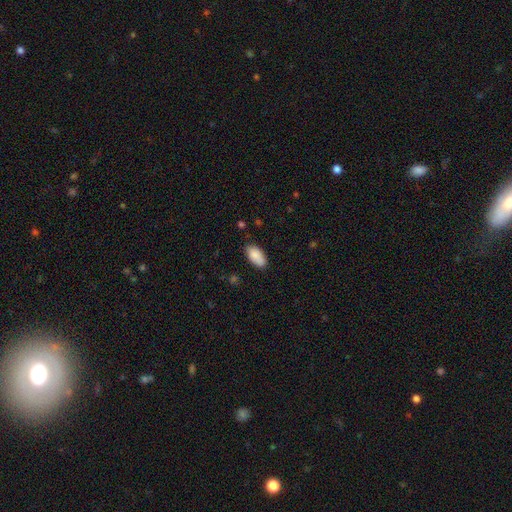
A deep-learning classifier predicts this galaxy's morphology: The model was most divided on "merging": none: 79%, minor disturbance: 16%, major disturbance: 3%, merger: 2%. More confident: how rounded — in between (94%); smooth or featured — smooth (87%).